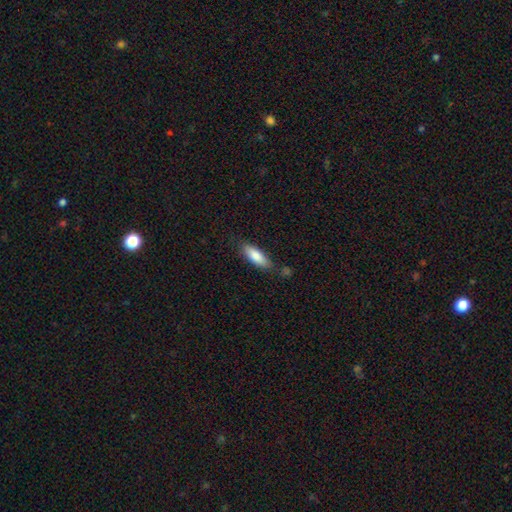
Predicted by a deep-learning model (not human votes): This appears to be a smooth galaxy with no disk features (83%) that is in between round and cigar-shaped (64%). Merging: none (76%).